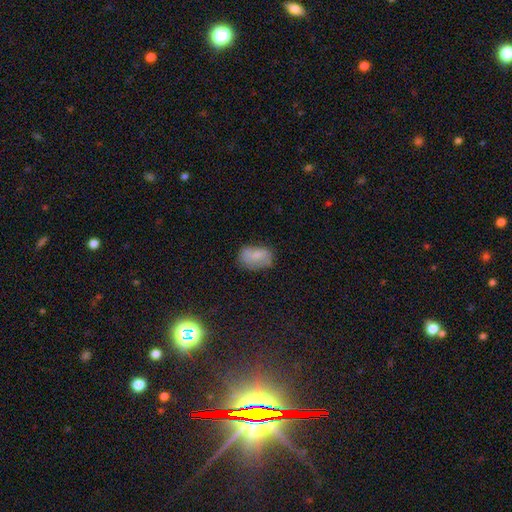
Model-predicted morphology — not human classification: The model was most divided on "merging": none: 57%, minor disturbance: 29%, major disturbance: 10%, merger: 4%. More confident: how rounded — in between (85%); smooth or featured — smooth (71%).